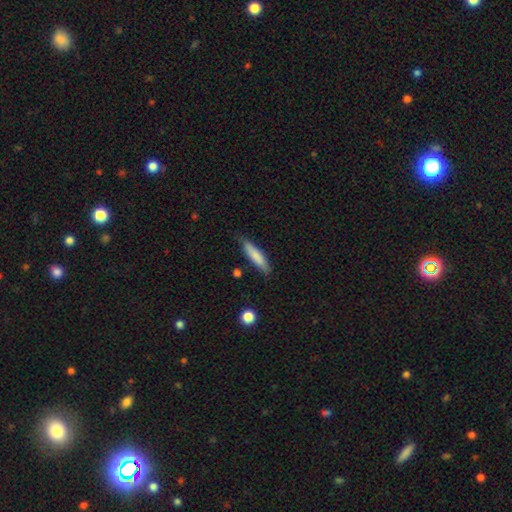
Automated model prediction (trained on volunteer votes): smooth 78%, featured or disk 16%, star or artifact 6%. Down the decision tree: how rounded — cigar-shaped (77%); merging — none (78%).